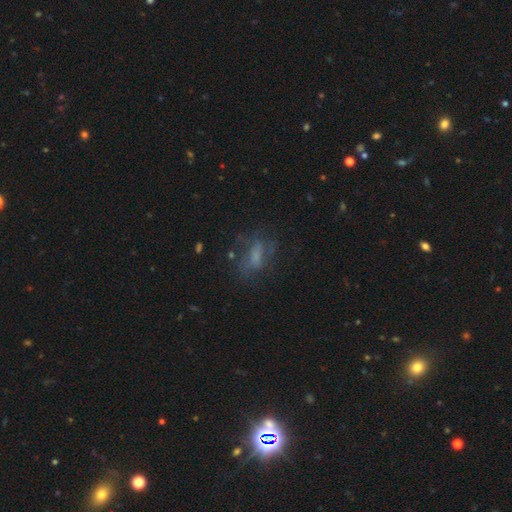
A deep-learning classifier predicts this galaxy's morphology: smooth-or-featured: smooth: 42% | featured or disk: 41% | star or artifact: 17%
  merging: none: 54% | major disturbance: 22% | minor disturbance: 20% | merger: 3%